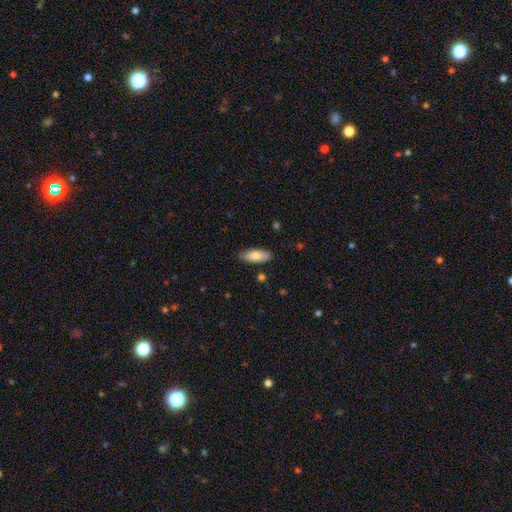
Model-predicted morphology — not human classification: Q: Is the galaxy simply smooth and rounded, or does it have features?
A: smooth — 80%.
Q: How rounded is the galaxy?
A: in between — 74%.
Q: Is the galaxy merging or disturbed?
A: none — 85%.